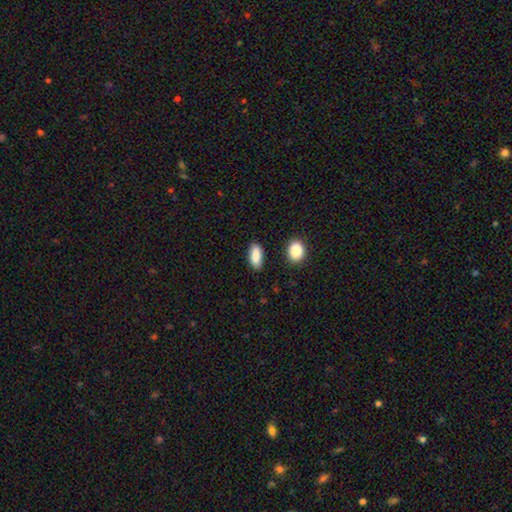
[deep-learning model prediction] Overall: smooth (89%). How rounded: in between (86%). Merging: none (85%).